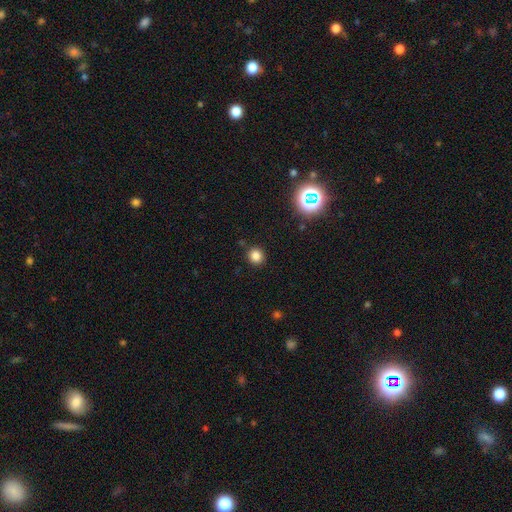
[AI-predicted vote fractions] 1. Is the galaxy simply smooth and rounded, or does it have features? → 82% smooth, 14% star or artifact, 4% featured or disk.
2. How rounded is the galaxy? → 90% round, 9% in between, 1% cigar-shaped.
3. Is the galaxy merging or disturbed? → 89% none, 7% minor disturbance, 2% major disturbance, 2% merger.